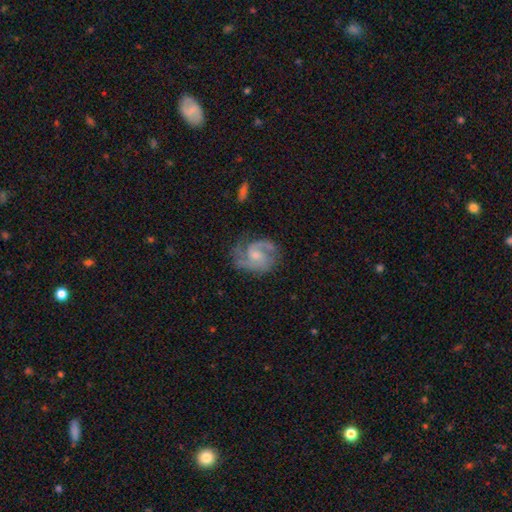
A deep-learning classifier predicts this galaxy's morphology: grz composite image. It shows a featured or disk galaxy (85%) with no bar (52%), 2 (69%) medium (53%) spiral arms (96%) and a small central bulge (50%). Merging: none (70%).